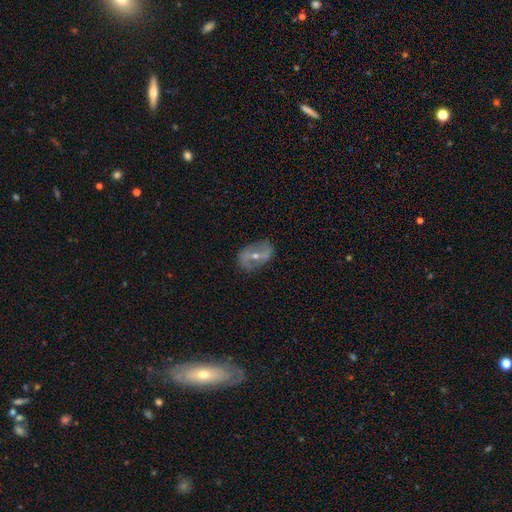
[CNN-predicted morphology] Smooth or featured?
  - featured or disk: 72% *
  - smooth: 21%
  - star or artifact: 8%
Edge-on disk?
  - no: 93% *
  - yes: 7%
Bar?
  - strong: 42% *
  - weak: 35%
  - no: 23%
Spiral arms?
  - yes: 66% *
  - no: 34%
Bulge size?
  - moderate: 52% *
  - small: 44%
  - large: 2%
  - none: 1%
  - dominant: 1%
Merging?
  - none: 79% *
  - minor disturbance: 15%
  - major disturbance: 5%
  - merger: 1%